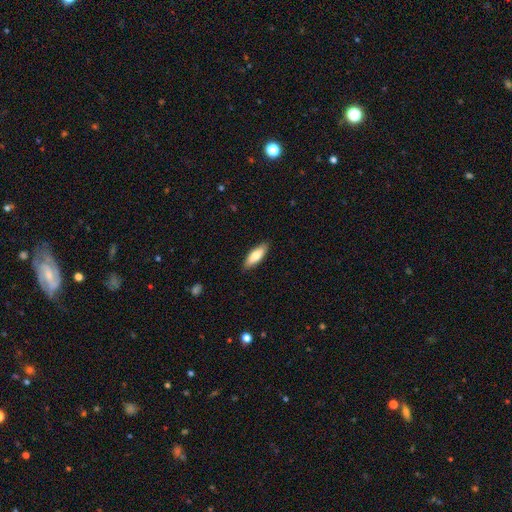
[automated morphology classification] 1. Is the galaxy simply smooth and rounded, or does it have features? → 78% smooth, 16% featured or disk, 6% star or artifact.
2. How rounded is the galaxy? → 67% in between, 31% cigar-shaped, 2% round.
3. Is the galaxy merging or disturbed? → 86% none, 11% minor disturbance, 2% major disturbance, 1% merger.